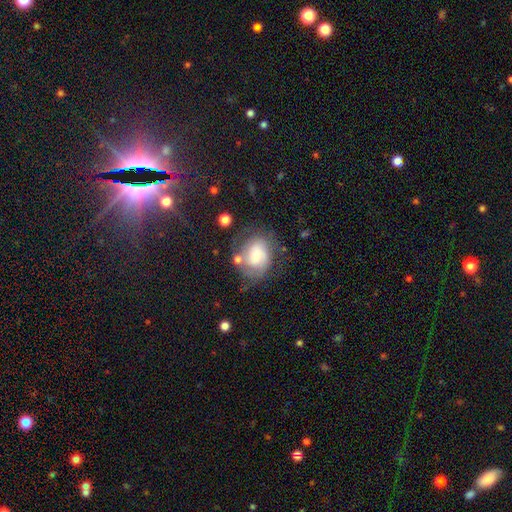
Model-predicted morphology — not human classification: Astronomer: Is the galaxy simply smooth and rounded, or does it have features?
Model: featured or disk — 51% (runner-up: smooth, 39%).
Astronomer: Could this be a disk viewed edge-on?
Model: no — 96%.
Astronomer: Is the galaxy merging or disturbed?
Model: none — 55%.